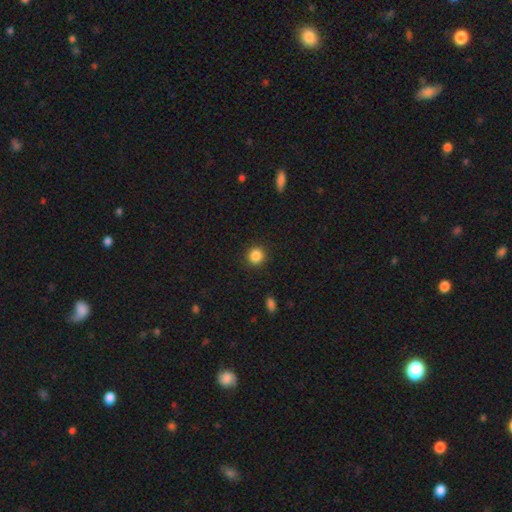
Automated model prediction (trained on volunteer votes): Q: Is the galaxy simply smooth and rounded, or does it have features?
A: smooth — 86%.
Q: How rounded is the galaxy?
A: round — 88%.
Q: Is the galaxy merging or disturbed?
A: none — 91%.